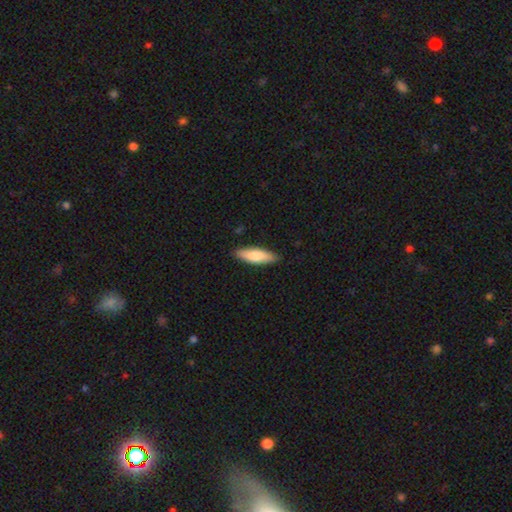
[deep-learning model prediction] A smooth galaxy with no disk features (79%) that is cigar-shaped (51%).

Vote fractions:
- Smooth or featured? smooth: 79% / featured or disk: 16% / star or artifact: 5%
- How rounded? cigar-shaped: 51% / in between: 47% / round: 2%
- Merging? none: 87% / minor disturbance: 10% / major disturbance: 2% / merger: 1%